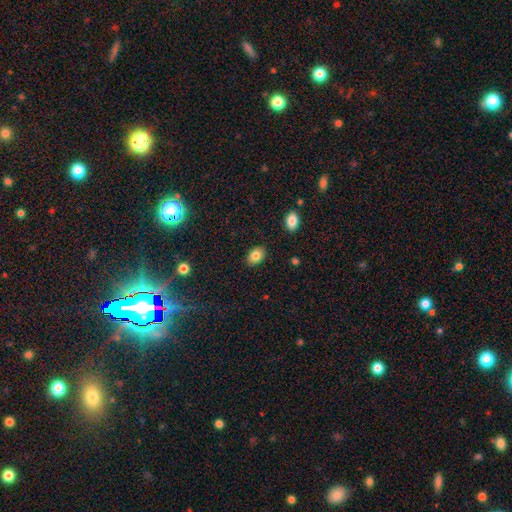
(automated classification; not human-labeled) smooth_or_featured: smooth (p=0.83) [alt: star or artifact p=0.09]
how_rounded: in between (p=0.80) [alt: round p=0.19]
merging: none (p=0.88) [alt: minor disturbance p=0.09]